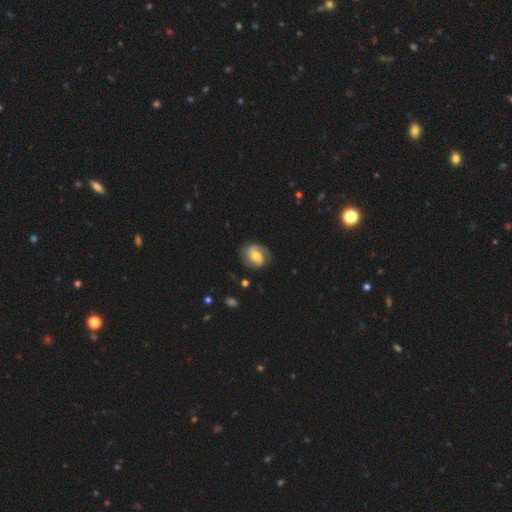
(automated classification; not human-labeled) Smooth or featured: featured or disk — 61% (smooth — 32%)
Edge-on disk: no — 97% (yes — 3%)
Bar: weak — 38% (no — 34%)
Spiral arms: yes — 84% (no — 16%)
Bulge size: moderate — 61% (small — 29%)
Merging: none — 77% (minor disturbance — 16%)